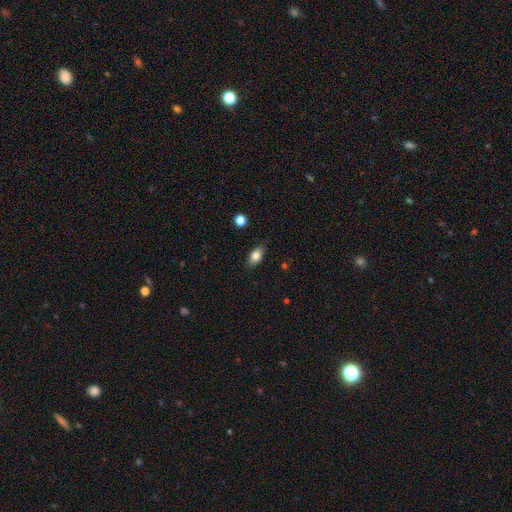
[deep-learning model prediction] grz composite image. It shows a smooth galaxy with no disk features (81%) that is in between round and cigar-shaped (86%). Merging: none (84%).